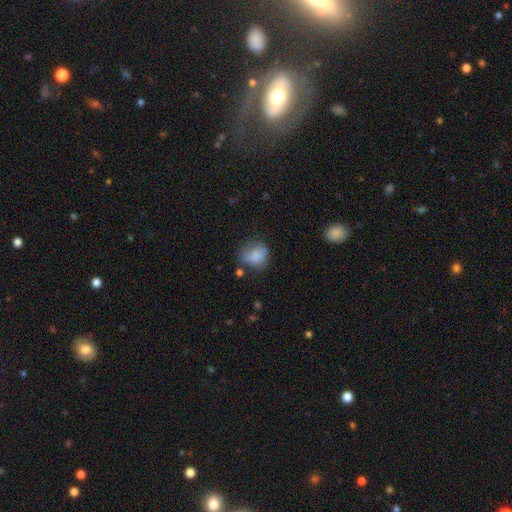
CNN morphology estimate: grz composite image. It shows a smooth galaxy with no disk features (80%) that is round (61%). Merging: none (54%).